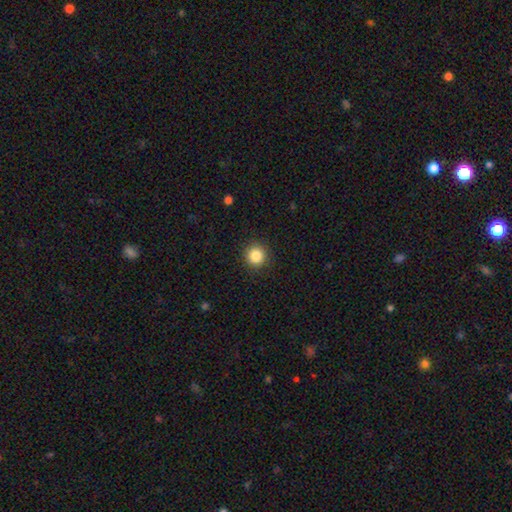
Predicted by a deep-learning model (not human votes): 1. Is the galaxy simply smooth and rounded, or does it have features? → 84% smooth, 11% star or artifact, 5% featured or disk.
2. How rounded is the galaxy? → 95% round, 4% in between, 1% cigar-shaped.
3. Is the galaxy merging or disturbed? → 91% none, 6% minor disturbance, 2% major disturbance, 1% merger.